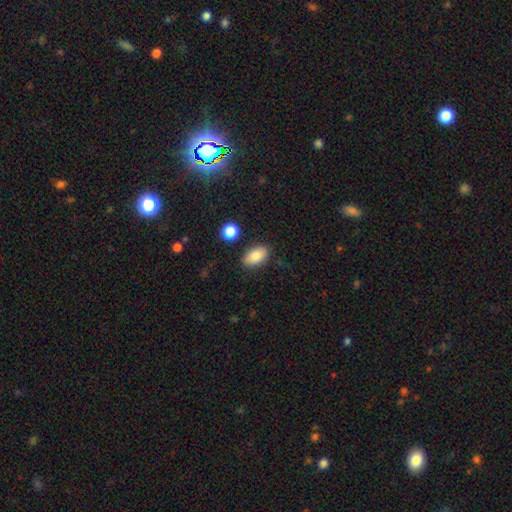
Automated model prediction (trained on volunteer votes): Smooth or featured?
  - smooth: 86% *
  - star or artifact: 8%
  - featured or disk: 7%
How rounded?
  - in between: 92% *
  - round: 6%
  - cigar-shaped: 3%
Merging?
  - none: 84% *
  - minor disturbance: 11%
  - major disturbance: 3%
  - merger: 3%